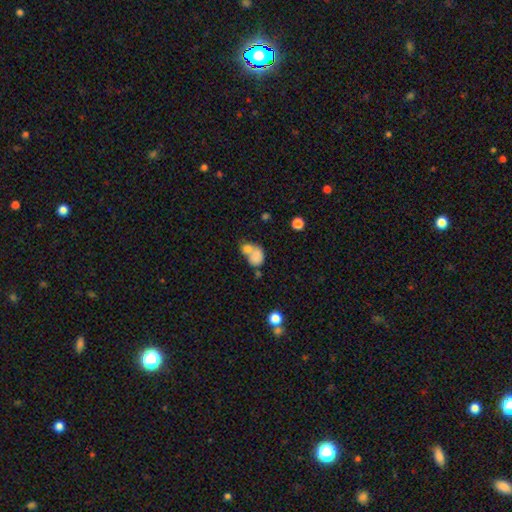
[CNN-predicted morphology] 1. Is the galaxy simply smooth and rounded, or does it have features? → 77% smooth, 14% featured or disk, 9% star or artifact.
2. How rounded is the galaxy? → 57% in between, 42% round, 1% cigar-shaped.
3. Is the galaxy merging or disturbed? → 61% merger, 22% none, 9% minor disturbance, 7% major disturbance.